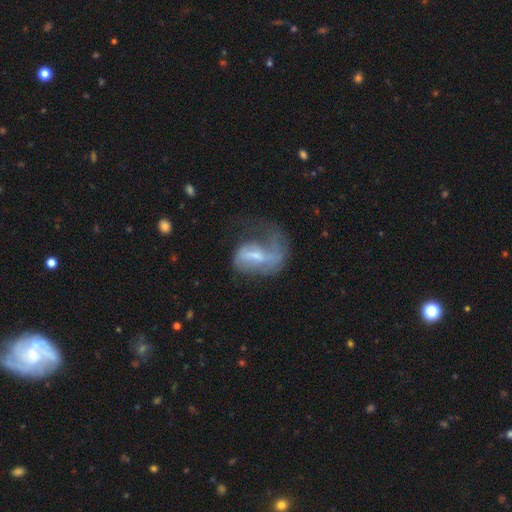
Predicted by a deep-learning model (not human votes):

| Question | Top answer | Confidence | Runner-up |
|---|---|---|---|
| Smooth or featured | featured or disk | 65% | smooth (27%) |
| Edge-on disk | no | 96% | yes (4%) |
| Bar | weak | 47% | no (30%) |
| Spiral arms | yes | 68% | no (32%) |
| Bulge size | small | 48% | moderate (31%) |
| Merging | major disturbance | 55% | none (24%) |